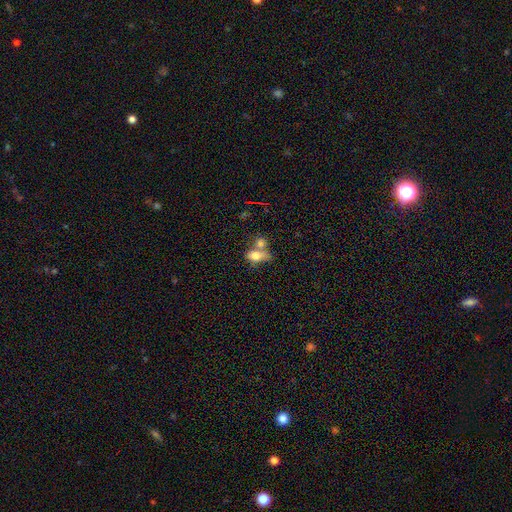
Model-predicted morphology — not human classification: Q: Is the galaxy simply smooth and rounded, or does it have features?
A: smooth — 74%.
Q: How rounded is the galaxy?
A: in between — 78%.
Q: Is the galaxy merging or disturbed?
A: merger — 54%.